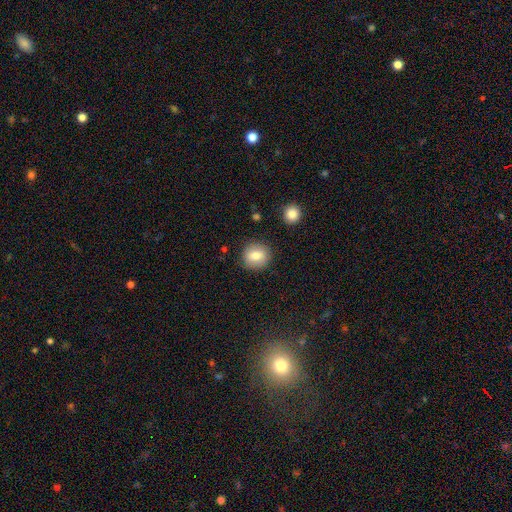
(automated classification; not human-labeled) Q: Smooth or featured?
A: smooth (78%); runner-up: featured or disk (13%)
Q: How rounded?
A: round (86%); runner-up: in between (13%)
Q: Merging?
A: none (86%); runner-up: minor disturbance (9%)